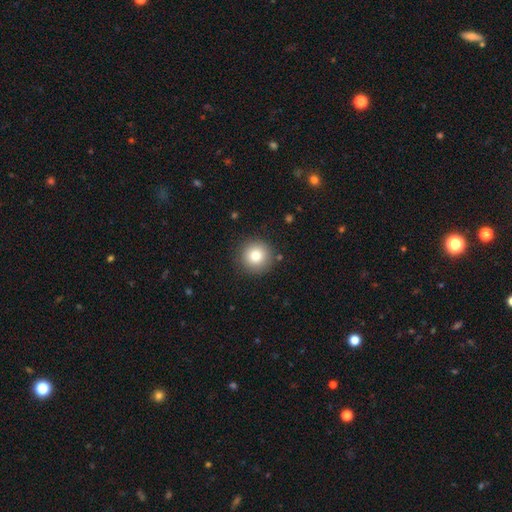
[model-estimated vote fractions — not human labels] Smooth or featured: smooth — 79% (star or artifact — 11%)
How rounded: round — 95% (in between — 4%)
Merging: none — 89% (minor disturbance — 7%)